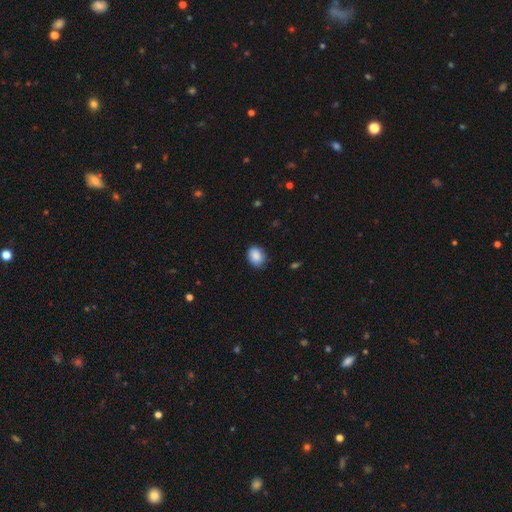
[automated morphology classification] A smooth galaxy with no disk features (87%) that is in between round and cigar-shaped (59%).

Vote fractions:
- Smooth or featured? smooth: 87% / star or artifact: 7% / featured or disk: 6%
- How rounded? in between: 59% / round: 40% / cigar-shaped: 1%
- Merging? none: 75% / minor disturbance: 21% / major disturbance: 3% / merger: 1%